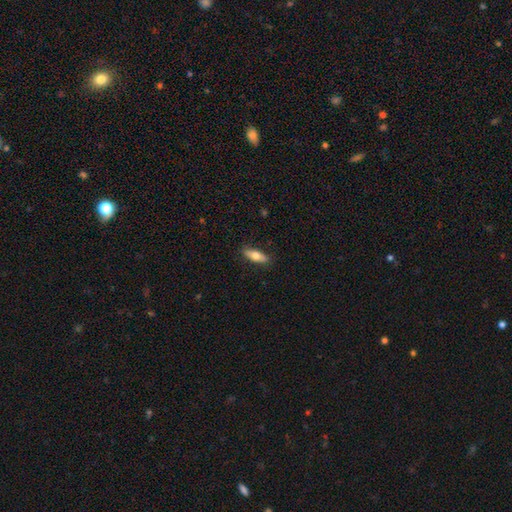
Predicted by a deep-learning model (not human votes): A smooth galaxy with no disk features (68%) that is in between round and cigar-shaped (61%). Merging: none (87%).